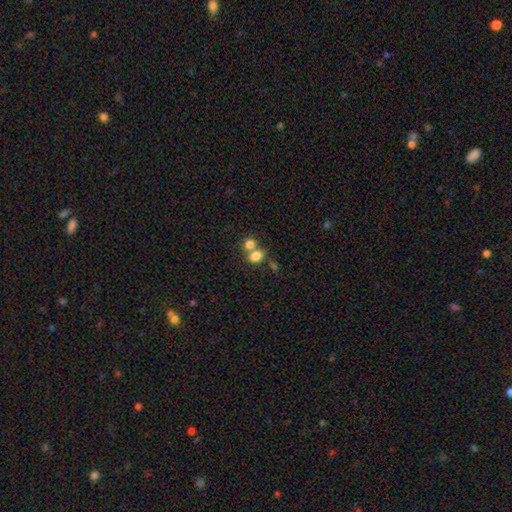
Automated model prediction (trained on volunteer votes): Smooth or featured: smooth — 80% (star or artifact — 11%)
How rounded: in between — 53% (round — 46%)
Merging: merger — 49% (none — 39%)